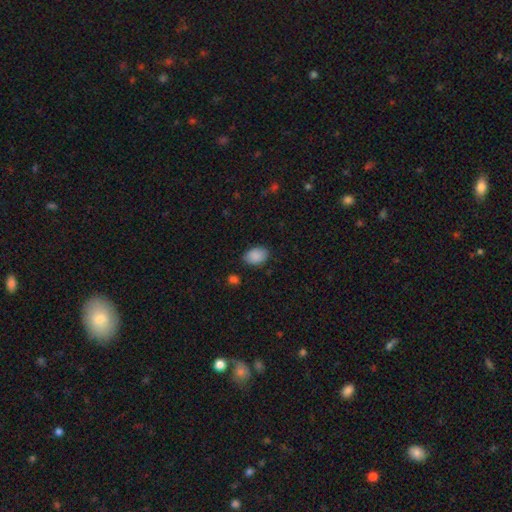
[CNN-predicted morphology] Smooth or featured: smooth — 89% (star or artifact — 7%)
How rounded: in between — 82% (round — 17%)
Merging: none — 83% (minor disturbance — 13%)